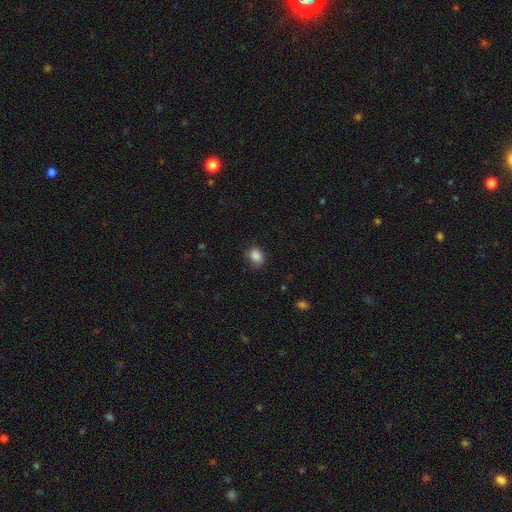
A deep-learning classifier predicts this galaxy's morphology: A smooth galaxy with no disk features (86%) that is in between round and cigar-shaped (53%).

Vote fractions:
- Smooth or featured? smooth: 86% / star or artifact: 9% / featured or disk: 4%
- How rounded? in between: 53% / round: 46% / cigar-shaped: 1%
- Merging? none: 77% / minor disturbance: 18% / major disturbance: 4% / merger: 1%